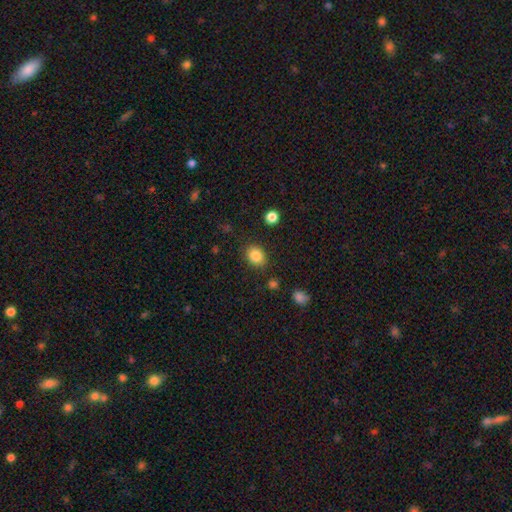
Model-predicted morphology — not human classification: smooth-or-featured: smooth: 85% | star or artifact: 10% | featured or disk: 6%
  how-rounded: in between: 51% | round: 48% | cigar-shaped: 1%
  merging: none: 84% | minor disturbance: 11% | major disturbance: 3% | merger: 2%